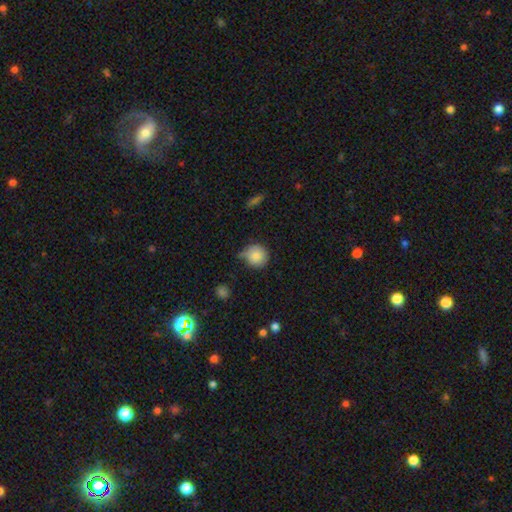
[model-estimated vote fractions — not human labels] This is clearly a smooth galaxy (82%). How rounded: clearly round (91%). Merging: possibly none (56%).